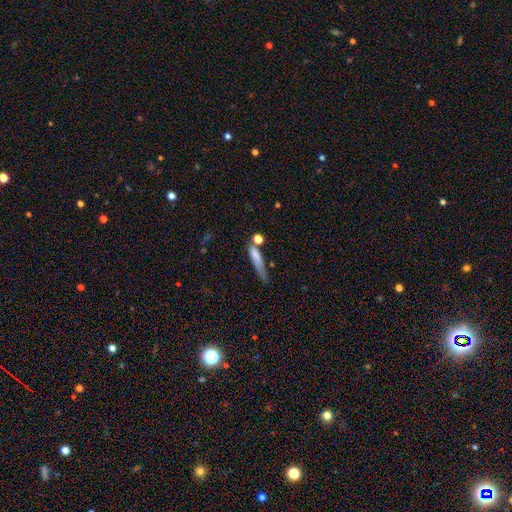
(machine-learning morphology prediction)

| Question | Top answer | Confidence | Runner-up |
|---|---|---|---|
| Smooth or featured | smooth | 68% | featured or disk (21%) |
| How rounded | cigar-shaped | 80% | in between (15%) |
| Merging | none | 44% | minor disturbance (23%) |